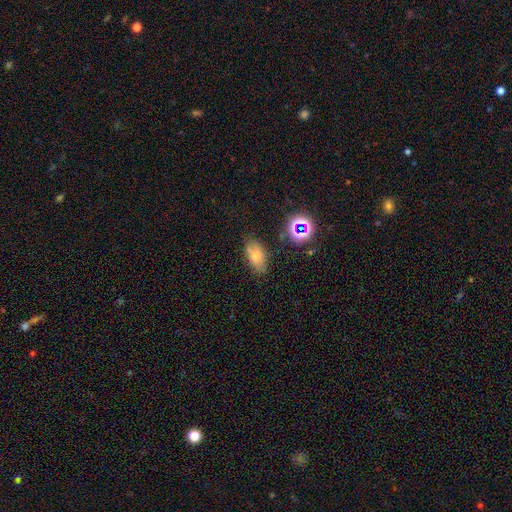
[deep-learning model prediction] Smooth or featured? smooth (70%)
How rounded? in between (89%)
Merging? none (74%)